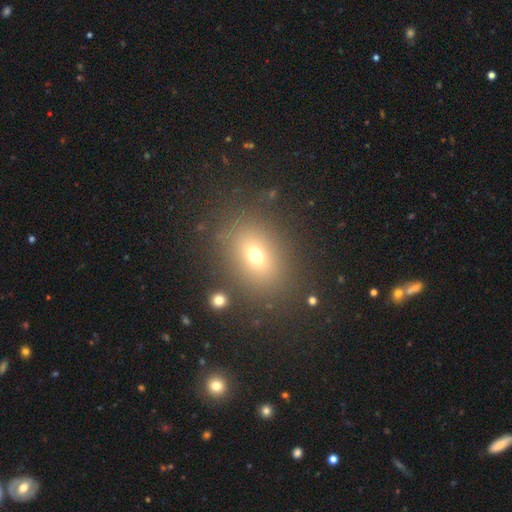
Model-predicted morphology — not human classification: Overall: smooth (66%). How rounded: in between (65%; round 33%). Merging: none (83%).